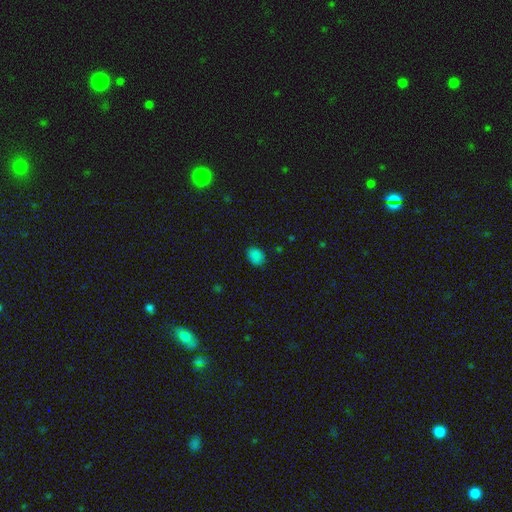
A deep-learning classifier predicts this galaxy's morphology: The model was most divided on "how rounded": in between: 62%, round: 37%, cigar-shaped: 1%. More confident: smooth or featured — smooth (83%); merging — none (82%).